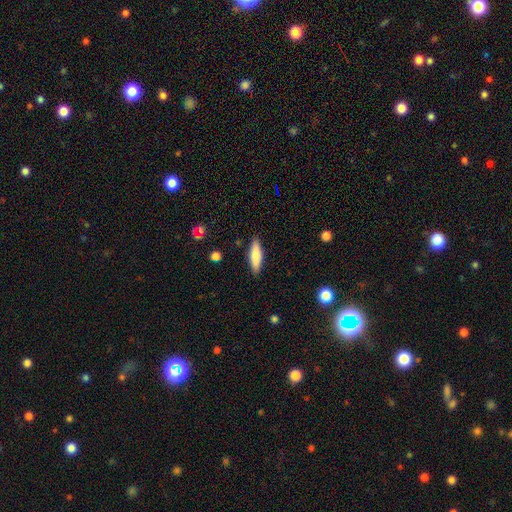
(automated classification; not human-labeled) The model was most divided on "how rounded": cigar-shaped: 57%, in between: 41%, round: 2%. More confident: merging — none (88%); smooth or featured — smooth (77%).